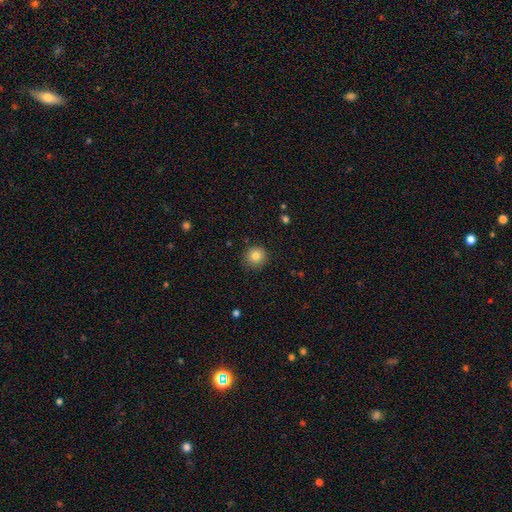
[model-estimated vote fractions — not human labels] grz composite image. It shows a smooth galaxy with no disk features (82%) that is round (93%). Merging: none (88%).